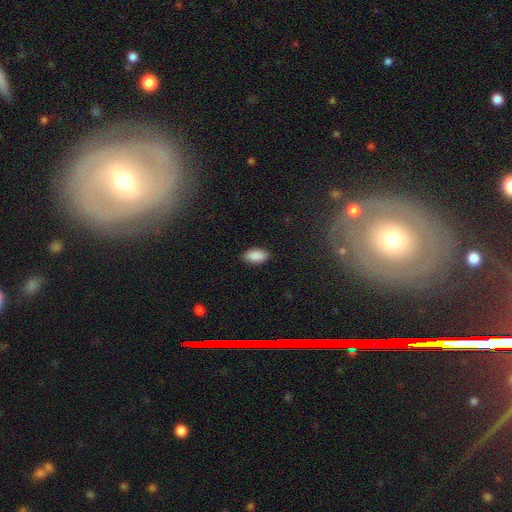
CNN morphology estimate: smooth 90%, star or artifact 7%, featured or disk 3%. Down the decision tree: how rounded — in between (94%); merging — none (88%).